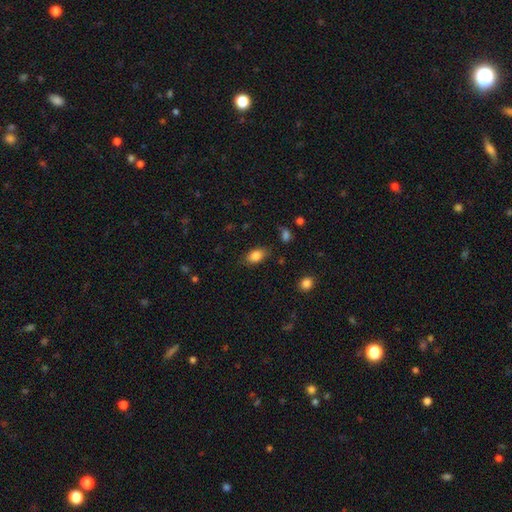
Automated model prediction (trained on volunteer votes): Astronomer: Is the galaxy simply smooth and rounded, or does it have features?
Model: smooth — 85%.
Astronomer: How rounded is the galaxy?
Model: in between — 86%.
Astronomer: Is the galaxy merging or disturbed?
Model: none — 79%.